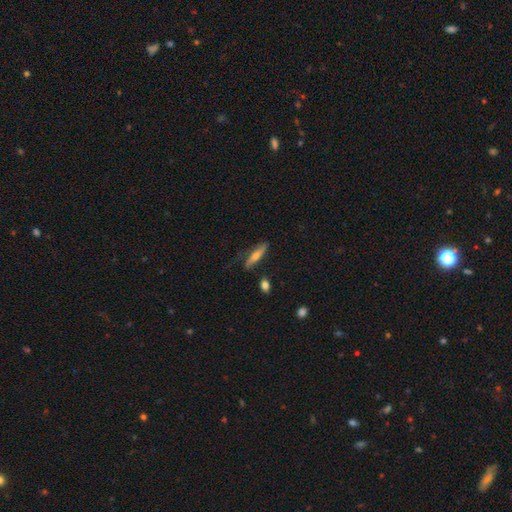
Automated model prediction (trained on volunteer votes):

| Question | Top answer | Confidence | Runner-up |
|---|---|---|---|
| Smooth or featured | smooth | 49% | featured or disk (44%) |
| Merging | none | 65% | minor disturbance (24%) |